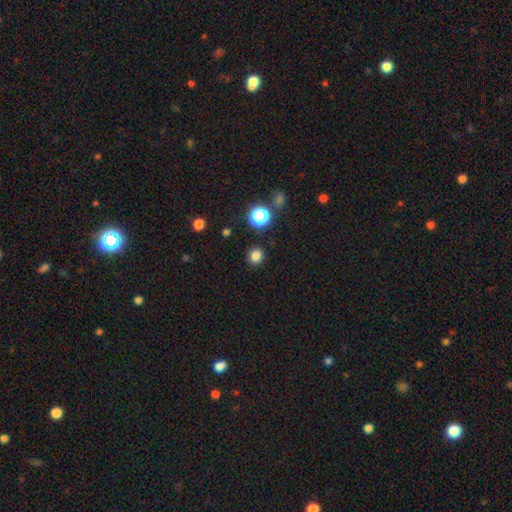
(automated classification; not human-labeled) smooth-or-featured: smooth: 80% | star or artifact: 15% | featured or disk: 4%
  how-rounded: round: 87% | in between: 12% | cigar-shaped: 1%
  merging: none: 90% | minor disturbance: 6% | major disturbance: 2% | merger: 2%